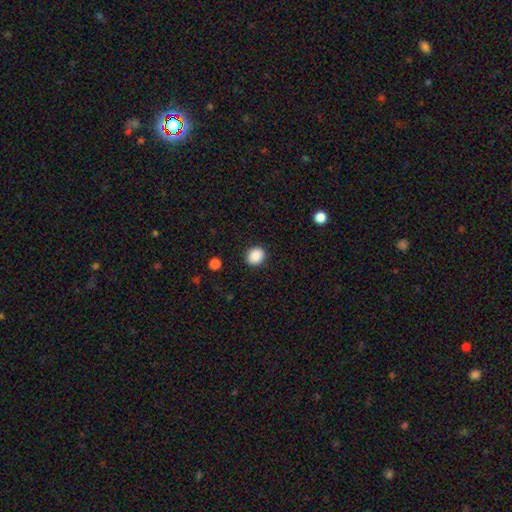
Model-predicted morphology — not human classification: This appears to be a smooth galaxy with no disk features (89%) that is round (65%). Merging: none (90%).